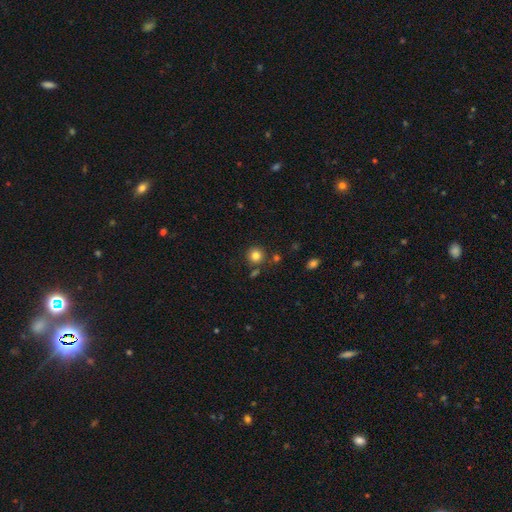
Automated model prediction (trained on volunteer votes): smooth_or_featured: smooth (p=0.82) [alt: star or artifact p=0.12]
how_rounded: round (p=0.93) [alt: in between p=0.06]
merging: none (p=0.82) [alt: minor disturbance p=0.08]